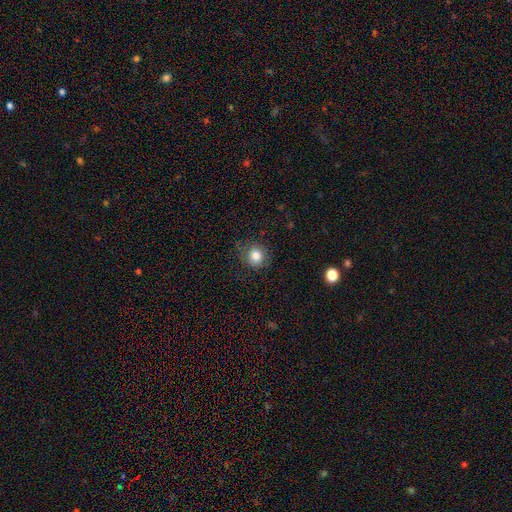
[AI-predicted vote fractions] smooth_or_featured: smooth (p=0.81) [alt: star or artifact p=0.11]
how_rounded: round (p=0.86) [alt: in between p=0.13]
merging: none (p=0.81) [alt: minor disturbance p=0.13]